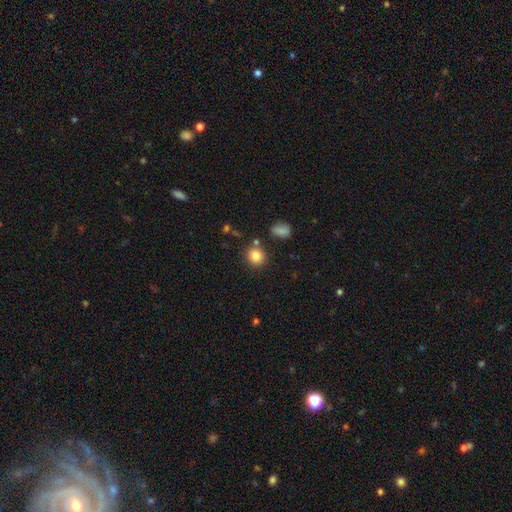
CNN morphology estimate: Overall: smooth (83%). How rounded: round (85%). Merging: none (80%).